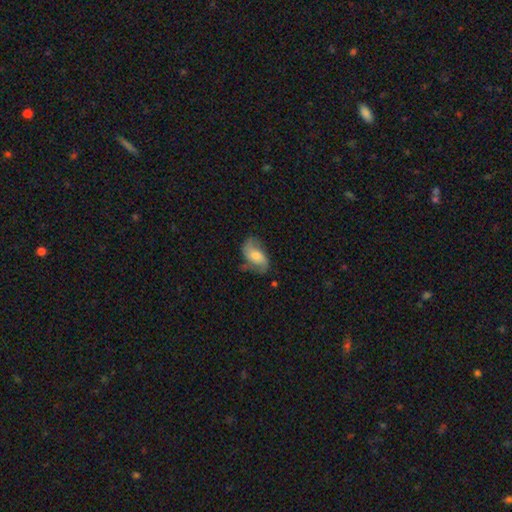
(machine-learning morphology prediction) smooth-or-featured: featured or disk: 60% | smooth: 33% | star or artifact: 7%
  disk-edge-on: no: 95% | yes: 5%
    bar: no: 58% | weak: 31% | strong: 10%
    has-spiral-arms: yes: 88% | no: 12%
      spiral-winding: loose: 59% | medium: 31% | tight: 11%
      spiral-arm-count: 2: 87% | can't tell: 6% | 1: 3% | 3: 1% | 4: 1% | more than 4: 1%
    bulge-size: moderate: 53% | small: 33% | large: 9% | none: 4% | dominant: 2%
  merging: none: 62% | minor disturbance: 24% | major disturbance: 11% | merger: 2%